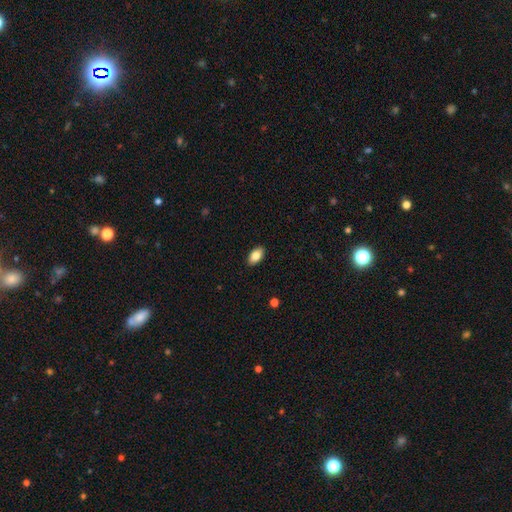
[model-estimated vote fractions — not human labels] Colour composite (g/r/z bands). It shows a smooth galaxy with no disk features (84%) that is in between round and cigar-shaped (93%). Merging: none (90%).